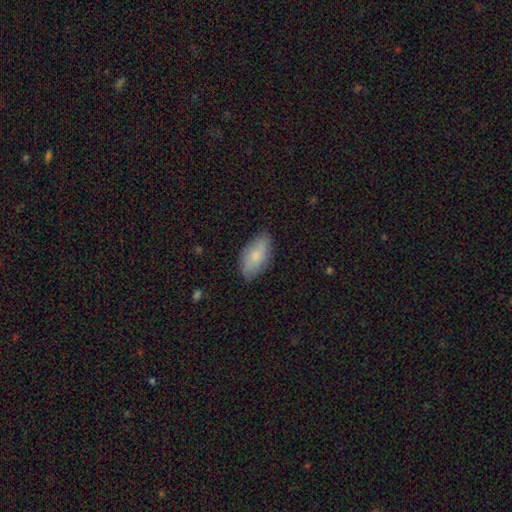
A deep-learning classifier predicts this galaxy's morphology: Q: Smooth or featured?
A: smooth (76%); runner-up: featured or disk (18%)
Q: How rounded?
A: in between (93%); runner-up: cigar-shaped (4%)
Q: Merging?
A: none (78%); runner-up: minor disturbance (18%)